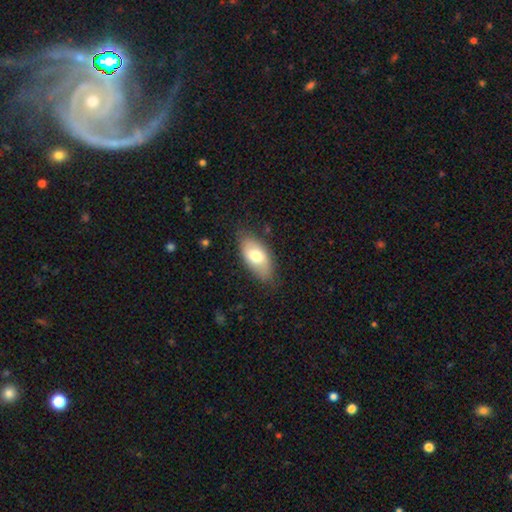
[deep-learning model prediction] This is likely a smooth galaxy (71%). How rounded: clearly in between (92%). Merging: likely none (77%).